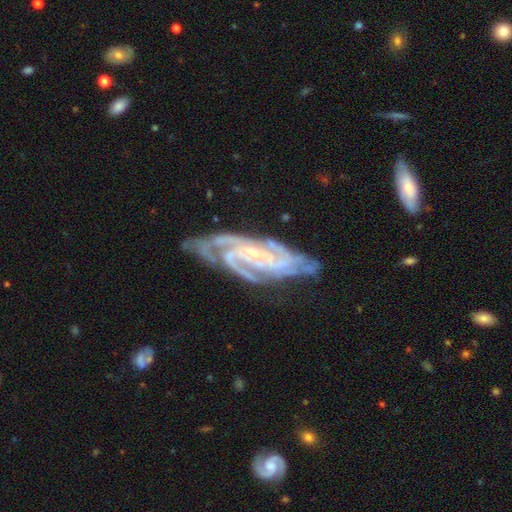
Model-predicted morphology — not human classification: A featured or disk galaxy (91%) with no bar (53%), 3 (35%) tight (67%) spiral arms (98%) and a small central bulge (80%). Merging: none (68%).